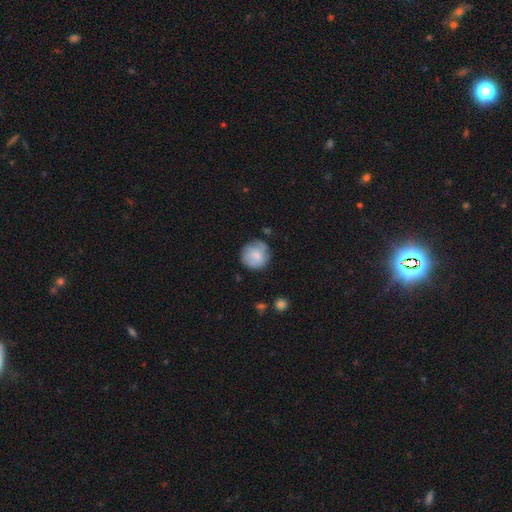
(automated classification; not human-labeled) smooth-or-featured: smooth: 70% | featured or disk: 23% | star or artifact: 7%
  how-rounded: round: 91% | in between: 8% | cigar-shaped: 1%
  merging: none: 69% | minor disturbance: 22% | major disturbance: 7% | merger: 2%